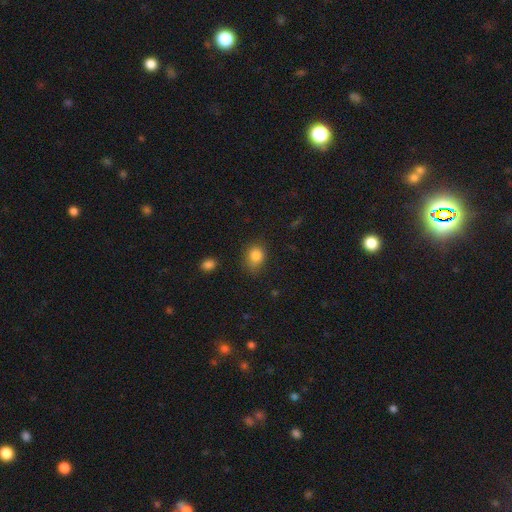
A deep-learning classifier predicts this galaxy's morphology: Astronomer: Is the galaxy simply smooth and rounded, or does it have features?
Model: smooth — 84%.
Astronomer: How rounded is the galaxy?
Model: round — 56% (runner-up: in between, 43%).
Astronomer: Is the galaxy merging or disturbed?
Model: none — 66%.